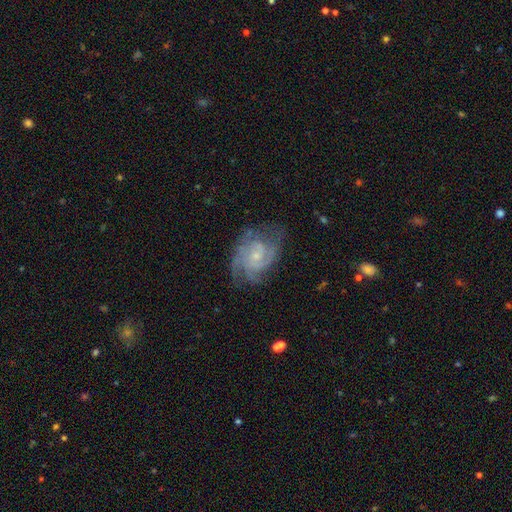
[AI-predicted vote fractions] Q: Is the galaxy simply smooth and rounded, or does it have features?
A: featured or disk — 86%.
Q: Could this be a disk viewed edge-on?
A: no — 98%.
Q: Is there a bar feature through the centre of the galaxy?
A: no — 68%.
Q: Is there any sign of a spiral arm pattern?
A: yes — 96%.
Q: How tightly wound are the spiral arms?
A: tight — 53%.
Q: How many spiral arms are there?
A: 3 — 29%.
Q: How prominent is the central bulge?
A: small — 72%.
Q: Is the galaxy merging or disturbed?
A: none — 68%.